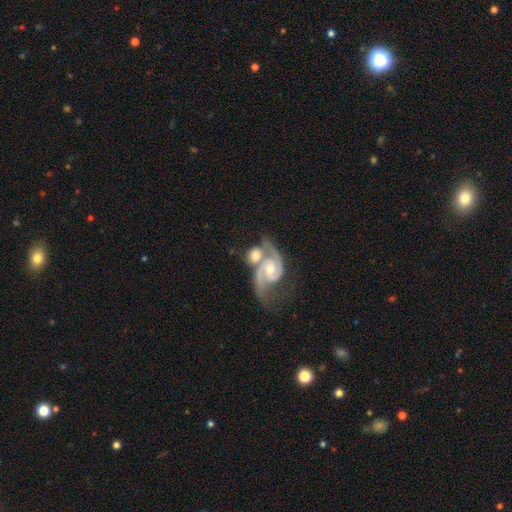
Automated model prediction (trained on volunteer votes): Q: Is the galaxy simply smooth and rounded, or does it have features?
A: featured or disk — 77%.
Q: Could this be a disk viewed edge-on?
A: no — 97%.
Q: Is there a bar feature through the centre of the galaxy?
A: no — 58%.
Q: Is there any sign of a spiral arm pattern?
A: yes — 94%.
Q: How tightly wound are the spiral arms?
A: medium — 50%.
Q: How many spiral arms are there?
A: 2 — 88%.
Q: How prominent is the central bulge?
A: moderate — 56%.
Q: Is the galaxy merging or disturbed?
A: merger — 60%.